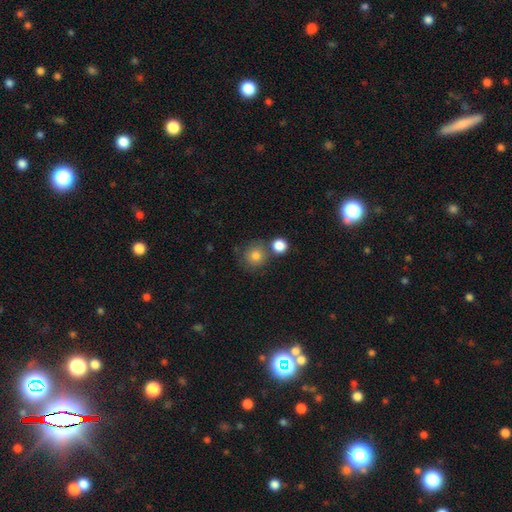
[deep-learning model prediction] Overall: smooth (80%). How rounded: round (90%). Merging: none (67%).